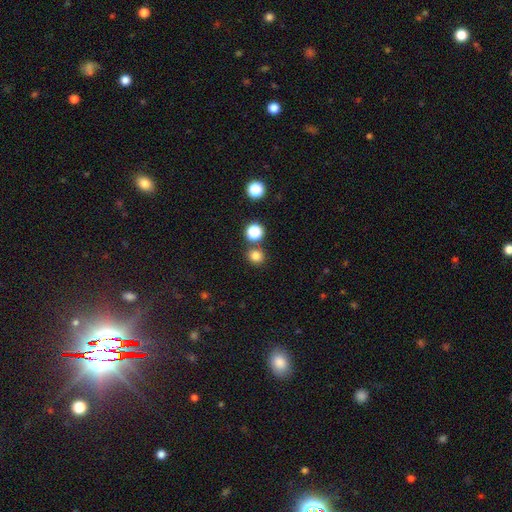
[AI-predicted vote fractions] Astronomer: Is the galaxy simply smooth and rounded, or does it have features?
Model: smooth — 80%.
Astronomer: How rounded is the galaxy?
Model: round — 86%.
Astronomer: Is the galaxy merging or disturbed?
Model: none — 80%.